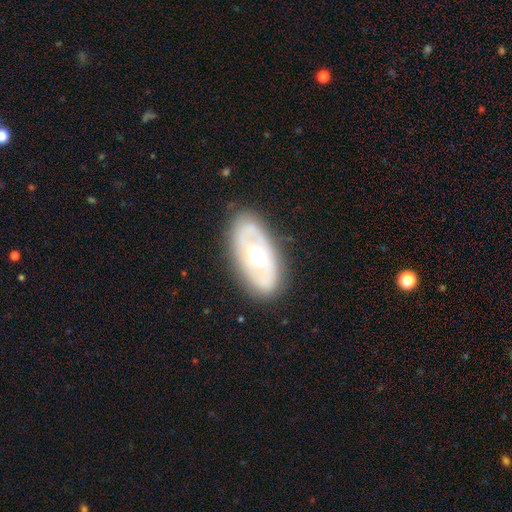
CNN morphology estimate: Smooth or featured?
  - featured or disk: 58% *
  - smooth: 36%
  - star or artifact: 7%
Edge-on disk?
  - no: 86% *
  - yes: 14%
Merging?
  - none: 82% *
  - minor disturbance: 11%
  - major disturbance: 5%
  - merger: 1%